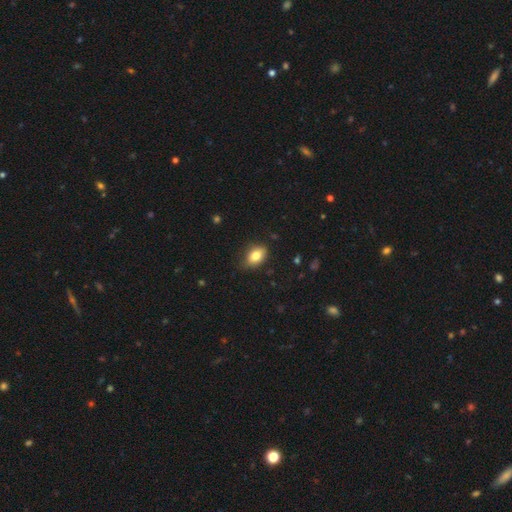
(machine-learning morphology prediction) smooth-or-featured: smooth: 81% | featured or disk: 10% | star or artifact: 9%
  how-rounded: in between: 81% | round: 17% | cigar-shaped: 2%
  merging: none: 76% | minor disturbance: 19% | major disturbance: 3% | merger: 1%